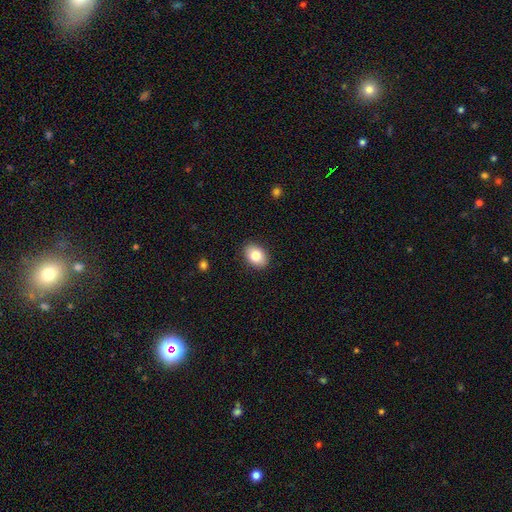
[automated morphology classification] type=smooth (83%); roundness=in between (76%); merging=none (89%).